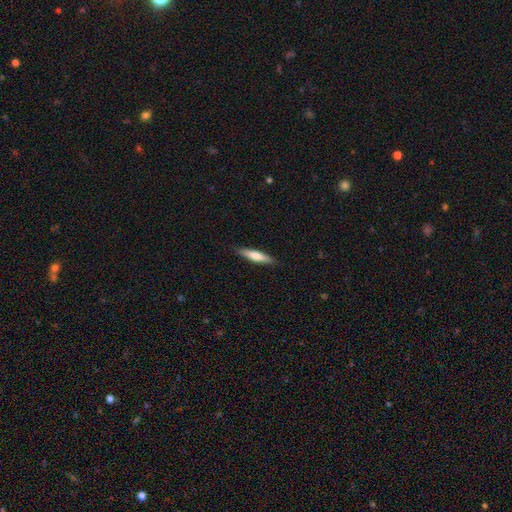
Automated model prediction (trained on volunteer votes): A smooth galaxy with no disk features (63%) that is cigar-shaped (84%). Merging: none (88%).